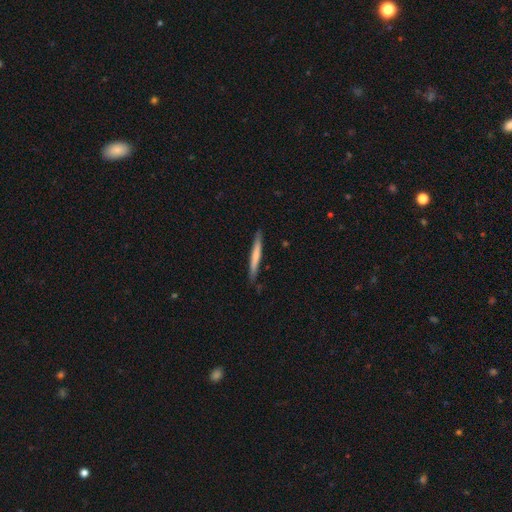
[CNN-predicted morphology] smooth 61%, featured or disk 34%, star or artifact 5%. Down the decision tree: how rounded — cigar-shaped (96%); merging — none (86%).